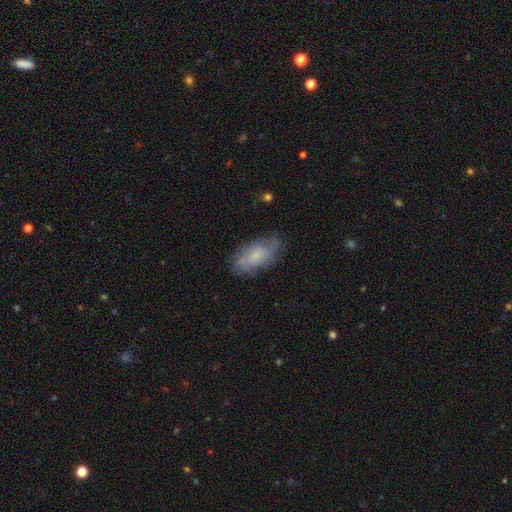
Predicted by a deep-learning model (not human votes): smooth_or_featured: smooth (p=0.48) [alt: featured or disk p=0.45]
merging: none (p=0.70) [alt: minor disturbance p=0.22]